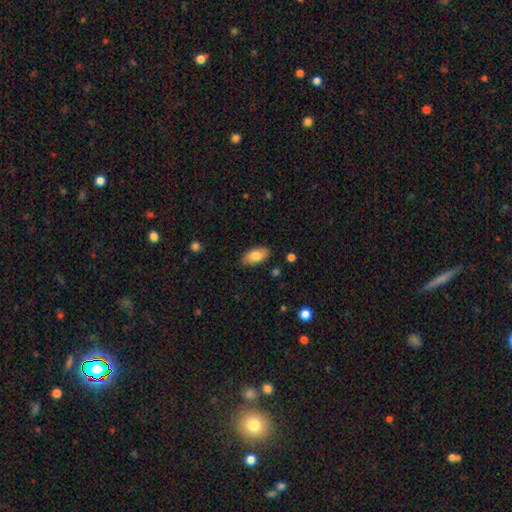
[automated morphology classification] Smooth or featured? smooth (82%)
How rounded? in between (93%)
Merging? none (86%)